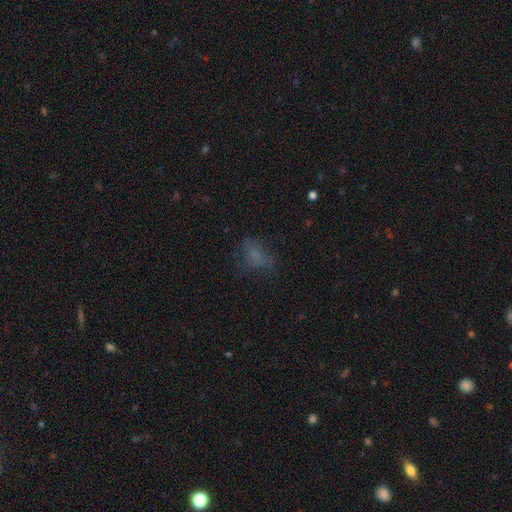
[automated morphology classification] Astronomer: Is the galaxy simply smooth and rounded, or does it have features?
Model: smooth — 61%.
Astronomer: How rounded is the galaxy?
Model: in between — 71%.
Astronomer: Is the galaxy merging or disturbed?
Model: none — 53%.